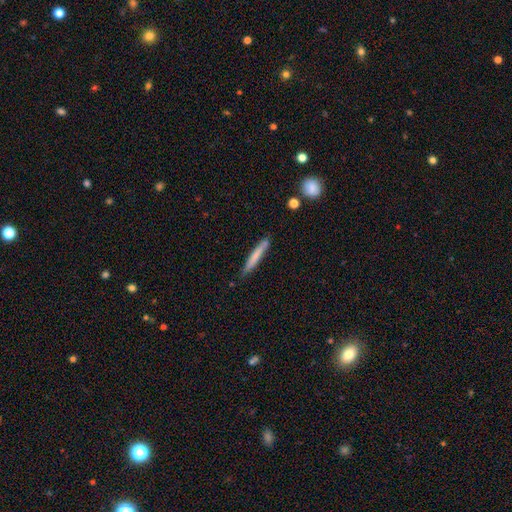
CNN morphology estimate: smooth-or-featured: smooth: 69% | featured or disk: 26% | star or artifact: 6%
  how-rounded: cigar-shaped: 95% | in between: 3% | round: 1%
  merging: none: 81% | minor disturbance: 14% | merger: 3% | major disturbance: 2%